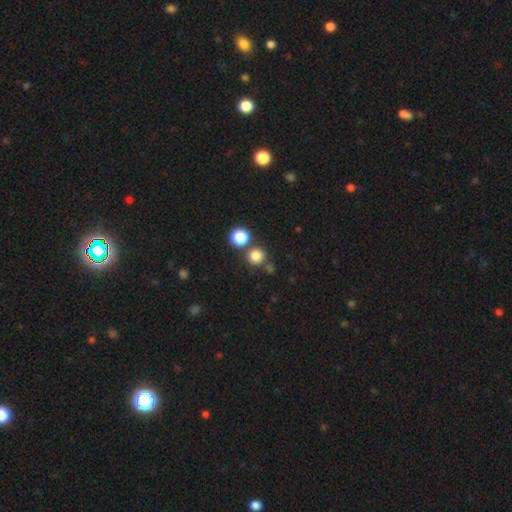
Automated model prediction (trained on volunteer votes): This is clearly a smooth galaxy (81%). How rounded: clearly round (92%). Merging: likely none (74%).